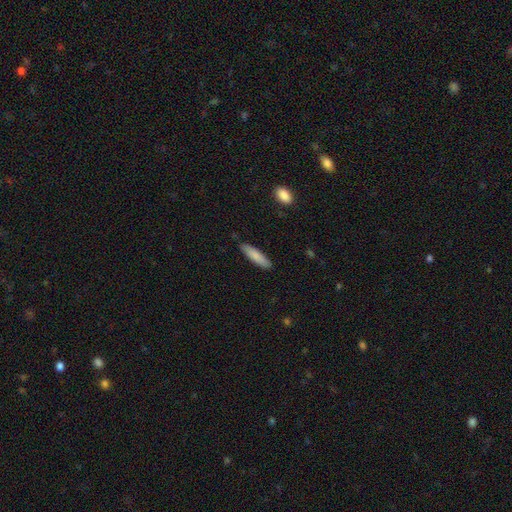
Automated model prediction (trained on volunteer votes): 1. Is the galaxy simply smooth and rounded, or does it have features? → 84% smooth, 11% featured or disk, 6% star or artifact.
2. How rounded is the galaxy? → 73% cigar-shaped, 25% in between, 1% round.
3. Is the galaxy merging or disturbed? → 86% none, 11% minor disturbance, 2% major disturbance, 1% merger.